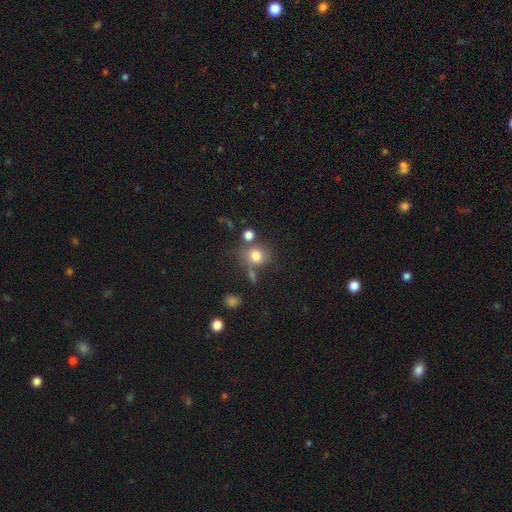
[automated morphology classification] smooth_or_featured: smooth (p=0.77) [alt: star or artifact p=0.13]
how_rounded: round (p=0.76) [alt: in between p=0.23]
merging: none (p=0.59) [alt: merger p=0.18]